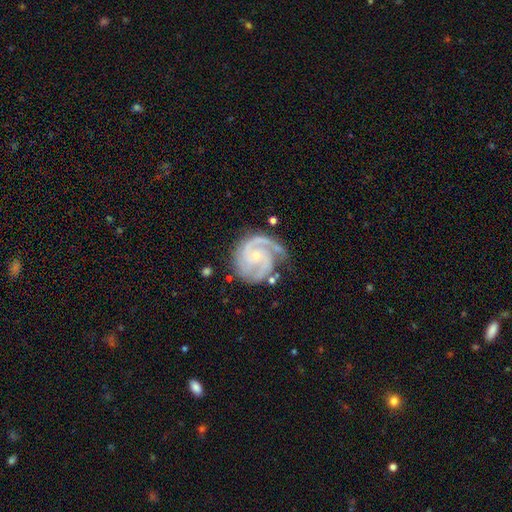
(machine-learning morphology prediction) Q: Smooth or featured?
A: featured or disk (91%); runner-up: star or artifact (5%)
Q: Edge-on disk?
A: no (98%); runner-up: yes (2%)
Q: Bar?
A: no (66%); runner-up: weak (27%)
Q: Spiral arms?
A: yes (98%); runner-up: no (2%)
Q: Spiral winding?
A: tight (57%); runner-up: medium (37%)
Q: Spiral arm count?
A: 2 (59%); runner-up: 3 (24%)
Q: Bulge size?
A: small (73%); runner-up: moderate (23%)
Q: Merging?
A: none (67%); runner-up: minor disturbance (21%)